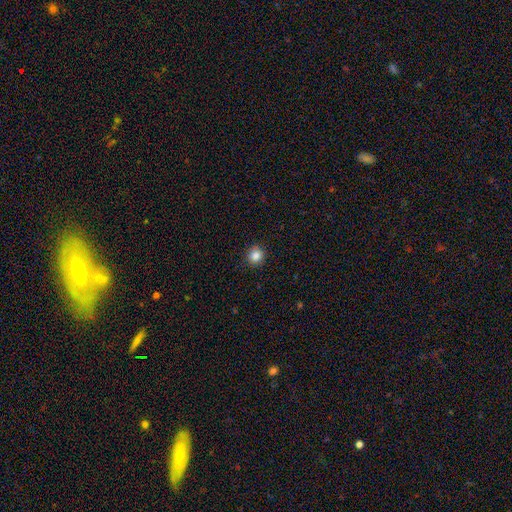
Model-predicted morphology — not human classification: Overall: smooth (85%). How rounded: round (90%). Merging: none (91%).